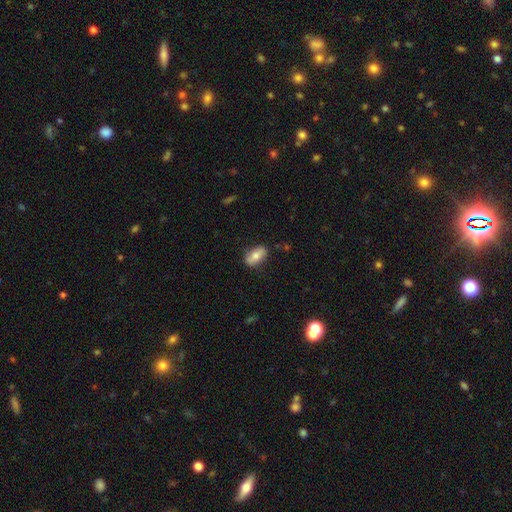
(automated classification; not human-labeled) Q: Smooth or featured?
A: smooth (69%); runner-up: featured or disk (24%)
Q: How rounded?
A: in between (87%); runner-up: cigar-shaped (7%)
Q: Merging?
A: none (80%); runner-up: minor disturbance (15%)